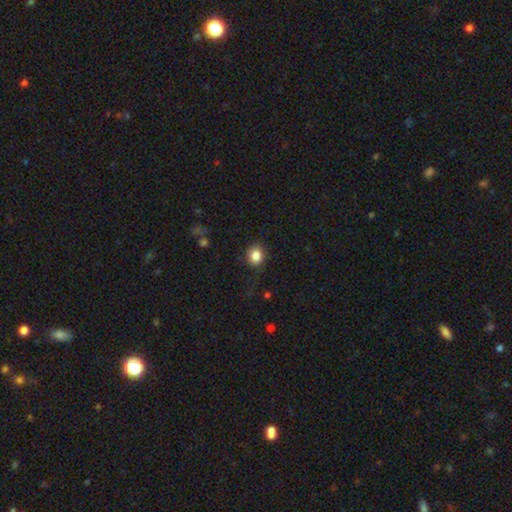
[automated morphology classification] Smooth or featured? smooth (85%)
How rounded? round (68%)
Merging? none (84%)